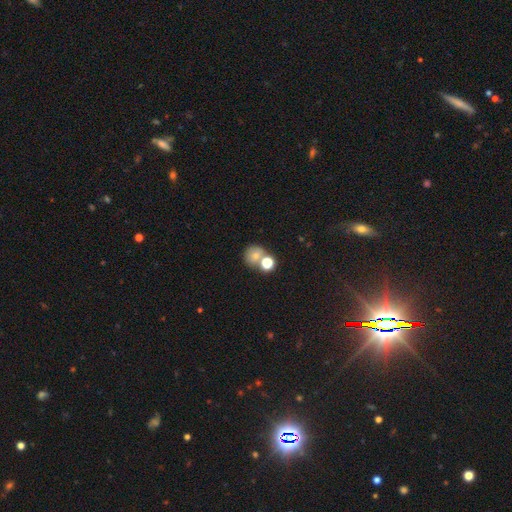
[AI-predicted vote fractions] smooth 70%, star or artifact 16%, featured or disk 13%. Down the decision tree: how rounded — round (81%); merging — none (48%).